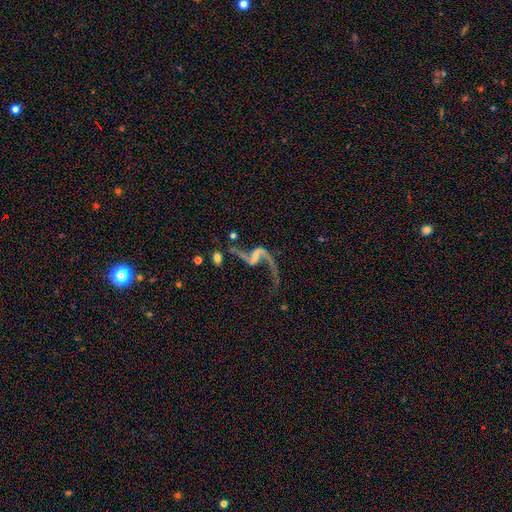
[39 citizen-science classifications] Smooth or featured? 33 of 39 (85%) said featured or disk. Edge-on disk? 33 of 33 (100%) said no. Bar? 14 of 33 (42%) said strong. Spiral arms? 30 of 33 (91%) said yes. Spiral winding? 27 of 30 (90%) said loose. Spiral arm count? 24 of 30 (80%) said 2. Bulge size? 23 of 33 (70%) said none. Merging? 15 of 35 (43%) said none.